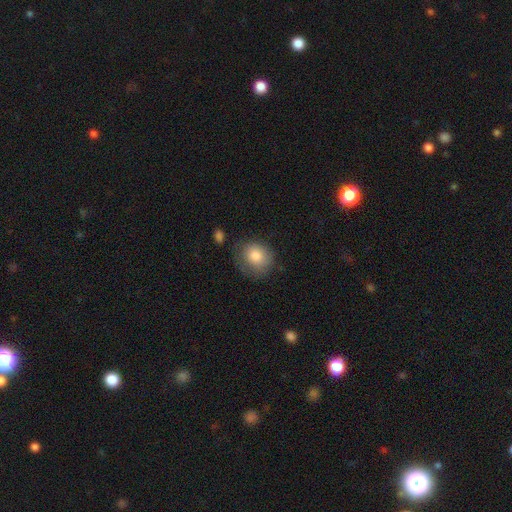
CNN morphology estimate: A smooth galaxy with no disk features (83%) that is round (76%). Merging: none (68%).